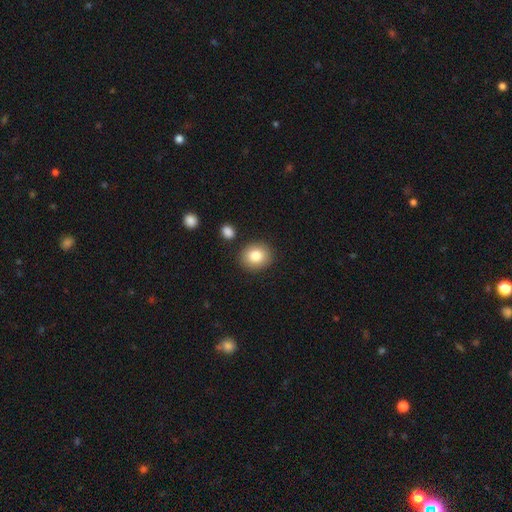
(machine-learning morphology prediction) smooth 84%, star or artifact 8%, featured or disk 8%. Down the decision tree: how rounded — round (68%); merging — none (85%).